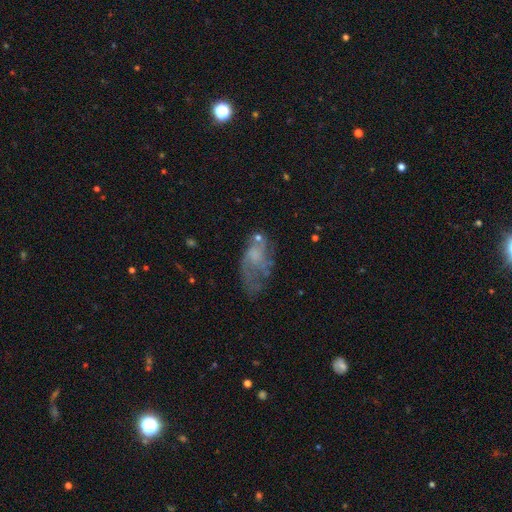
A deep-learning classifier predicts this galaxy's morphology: featured or disk 51%, smooth 37%, star or artifact 12%. Down the decision tree: edge-on disk — no (94%); merging — none (38%).